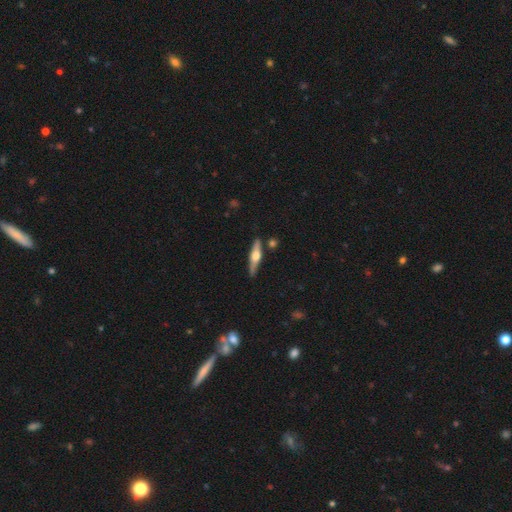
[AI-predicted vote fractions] featured or disk 67%, smooth 28%, star or artifact 5%. Down the decision tree: edge-on disk — yes (97%); edge-on bulge — rounded (94%); merging — none (85%).